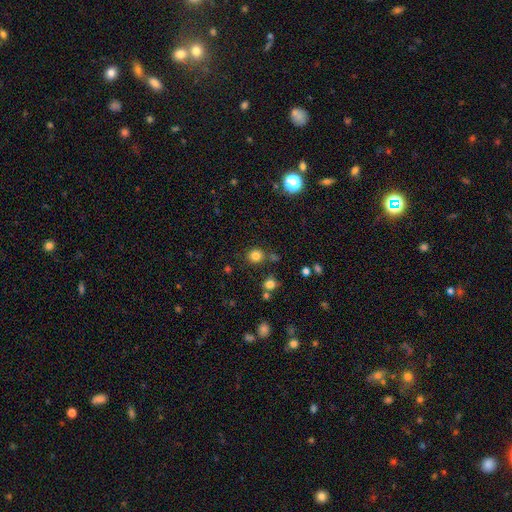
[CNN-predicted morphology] Q: Smooth or featured?
A: smooth (81%); runner-up: star or artifact (14%)
Q: How rounded?
A: round (89%); runner-up: in between (10%)
Q: Merging?
A: none (79%); runner-up: minor disturbance (9%)